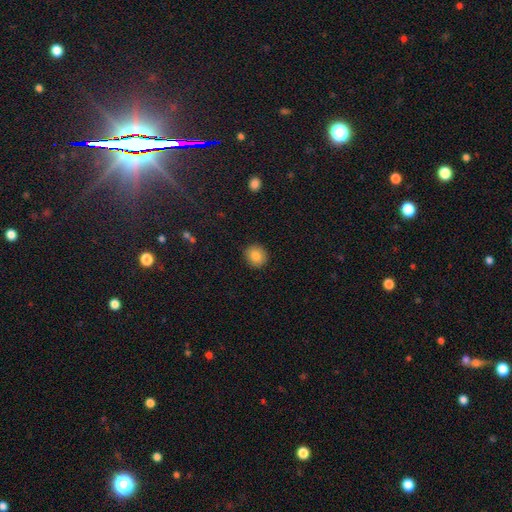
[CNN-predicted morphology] The model was most divided on "how rounded": round: 83%, in between: 16%, cigar-shaped: 1%. More confident: merging — none (90%); smooth or featured — smooth (85%).